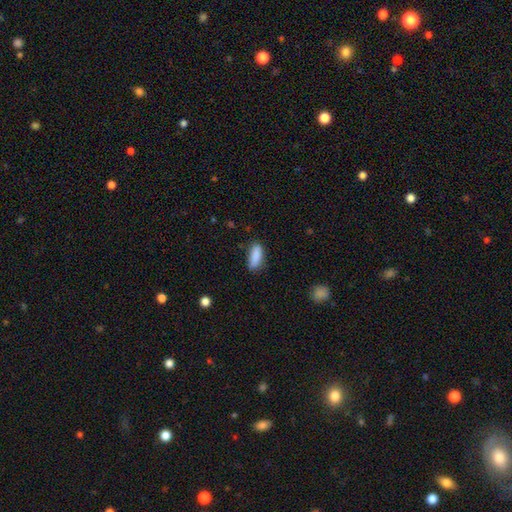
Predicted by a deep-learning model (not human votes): smooth-or-featured: smooth: 88% | star or artifact: 7% | featured or disk: 5%
  how-rounded: in between: 72% | cigar-shaped: 26% | round: 2%
  merging: none: 74% | minor disturbance: 20% | major disturbance: 4% | merger: 2%